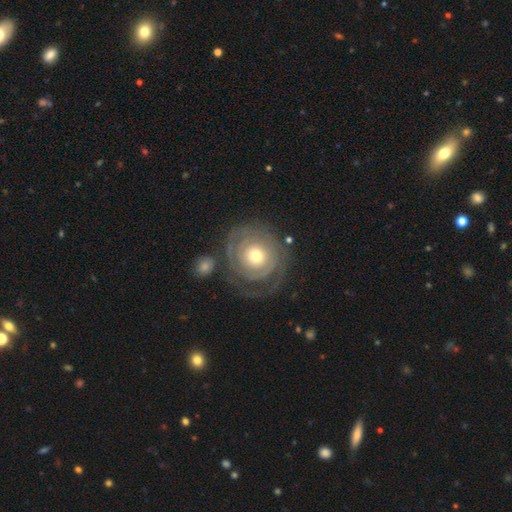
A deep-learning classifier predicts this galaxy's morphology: Smooth or featured? featured or disk (79%)
Edge-on disk? no (97%)
Bar? no (84%)
Spiral arms? yes (86%)
Spiral winding? tight (81%)
Spiral arm count? can't tell (36%)
Bulge size? moderate (57%)
Merging? none (69%)